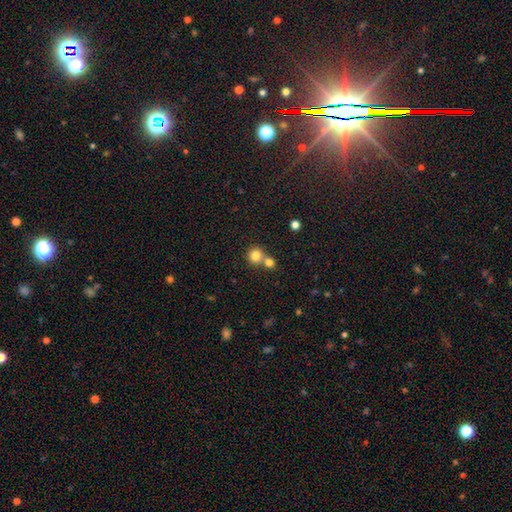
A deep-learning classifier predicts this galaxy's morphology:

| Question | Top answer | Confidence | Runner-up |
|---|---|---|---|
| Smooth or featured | smooth | 80% | star or artifact (12%) |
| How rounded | round | 89% | in between (10%) |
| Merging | none | 50% | merger (42%) |